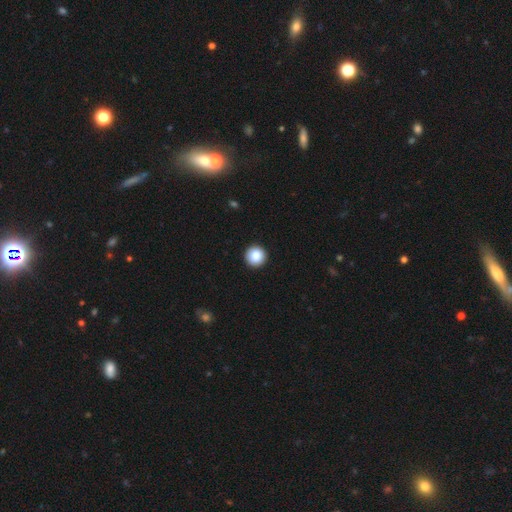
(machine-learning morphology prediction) Smooth or featured?
  - smooth: 86% *
  - star or artifact: 9%
  - featured or disk: 5%
How rounded?
  - round: 96% *
  - in between: 3%
  - cigar-shaped: 1%
Merging?
  - none: 93% *
  - minor disturbance: 4%
  - major disturbance: 1%
  - merger: 1%